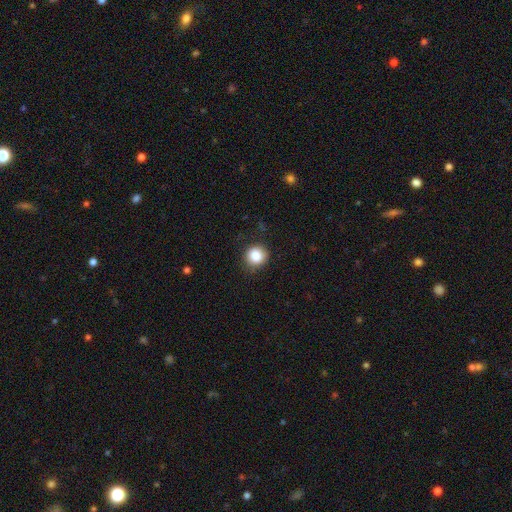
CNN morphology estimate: This is clearly a smooth galaxy (85%). How rounded: clearly round (87%). Merging: clearly none (82%).